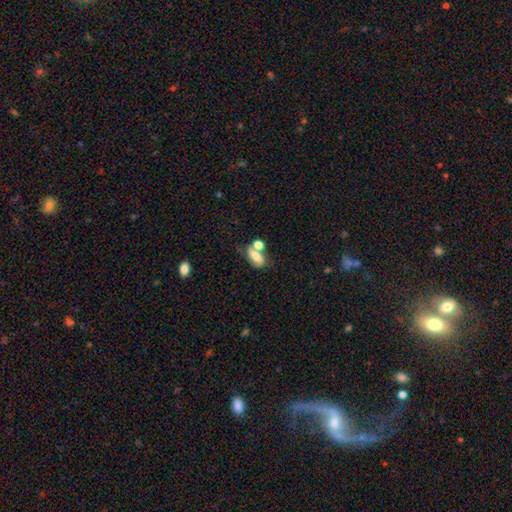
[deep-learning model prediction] This is possibly a smooth galaxy (54%). How rounded: clearly in between (81%). Merging: marginally none (37%).